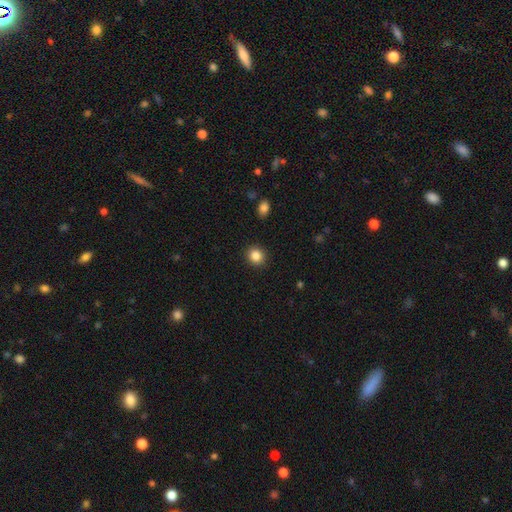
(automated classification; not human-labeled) smooth-or-featured: smooth: 86% | star or artifact: 10% | featured or disk: 4%
  how-rounded: round: 86% | in between: 13% | cigar-shaped: 1%
  merging: none: 91% | minor disturbance: 6% | major disturbance: 2% | merger: 1%